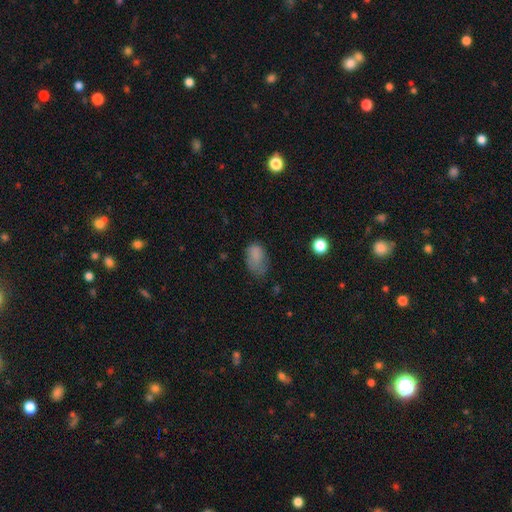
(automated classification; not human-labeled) A smooth galaxy with no disk features (78%) that is in between round and cigar-shaped (90%).

Vote fractions:
- Smooth or featured? smooth: 78% / star or artifact: 11% / featured or disk: 11%
- How rounded? in between: 90% / round: 9% / cigar-shaped: 2%
- Merging? none: 37% (tied) / minor disturbance: 37% (tied) / major disturbance: 24% / merger: 2%